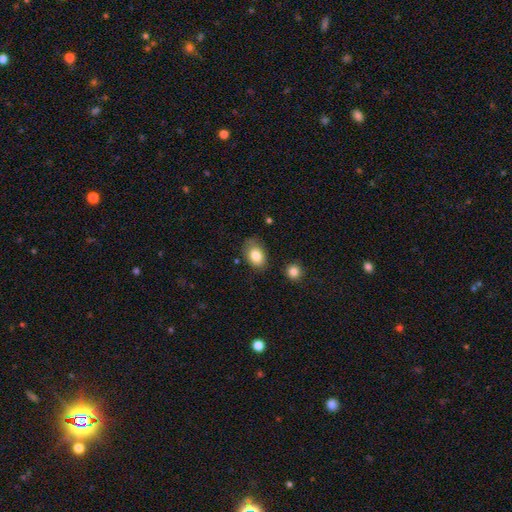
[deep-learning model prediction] A smooth galaxy with no disk features (82%) that is in between round and cigar-shaped (80%). Merging: none (67%).